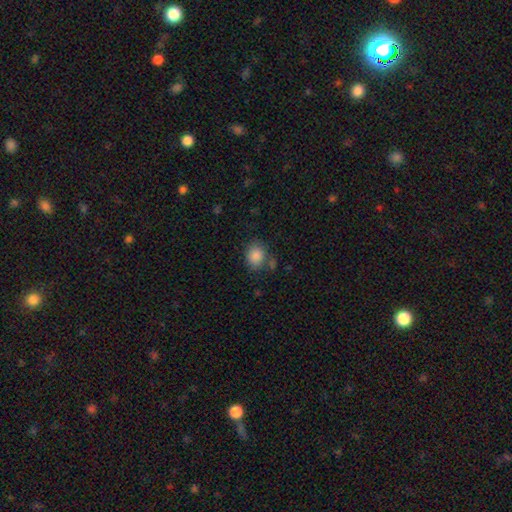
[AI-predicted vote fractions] Smooth or featured: smooth — 86% (star or artifact — 9%)
How rounded: in between — 50% (round — 49%)
Merging: none — 69% (minor disturbance — 17%)